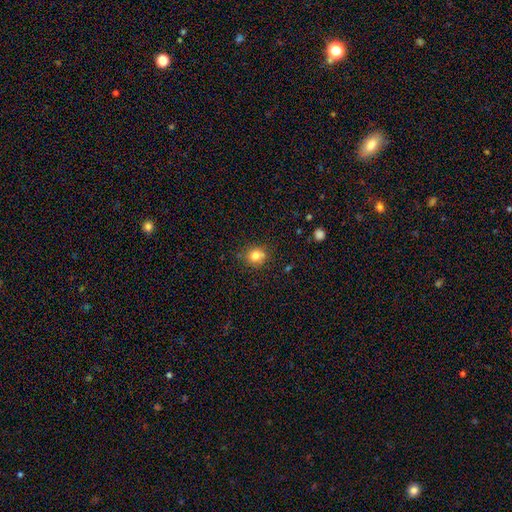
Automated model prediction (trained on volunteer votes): Smooth or featured: smooth — 80% (star or artifact — 13%)
How rounded: round — 83% (in between — 16%)
Merging: none — 80% (minor disturbance — 13%)